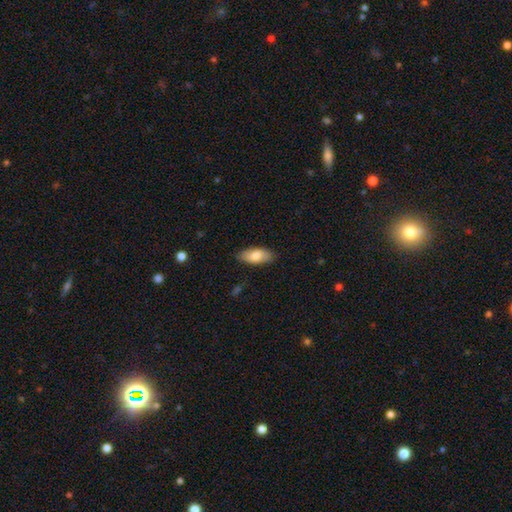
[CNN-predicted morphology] This is likely a smooth galaxy (79%). How rounded: clearly in between (90%). Merging: clearly none (82%).